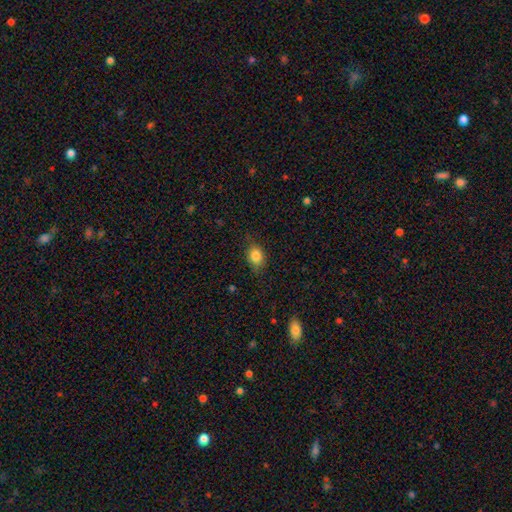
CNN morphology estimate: Smooth or featured?
  - smooth: 84% *
  - star or artifact: 9%
  - featured or disk: 7%
How rounded?
  - in between: 60% *
  - round: 39%
  - cigar-shaped: 1%
Merging?
  - none: 75% *
  - minor disturbance: 19%
  - major disturbance: 4%
  - merger: 1%